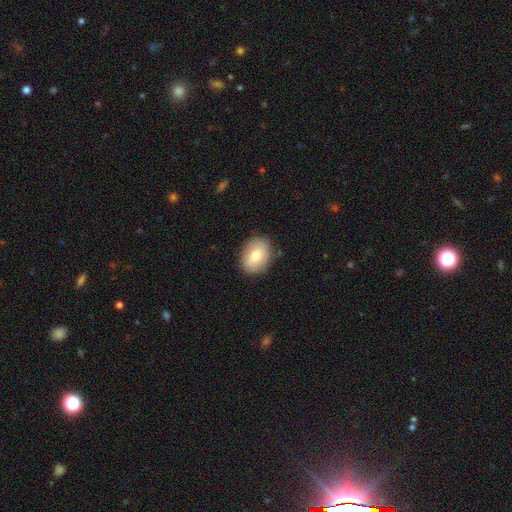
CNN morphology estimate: The model was most divided on "how rounded": in between: 66%, round: 33%, cigar-shaped: 1%. More confident: merging — none (85%); smooth or featured — smooth (76%).